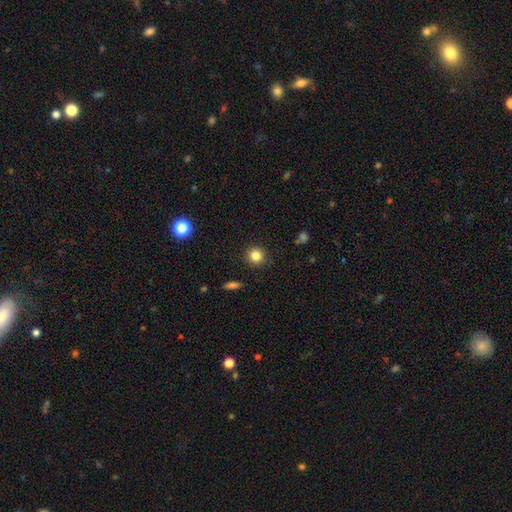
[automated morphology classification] smooth 83%, star or artifact 12%, featured or disk 6%. Down the decision tree: how rounded — round (91%); merging — none (91%).